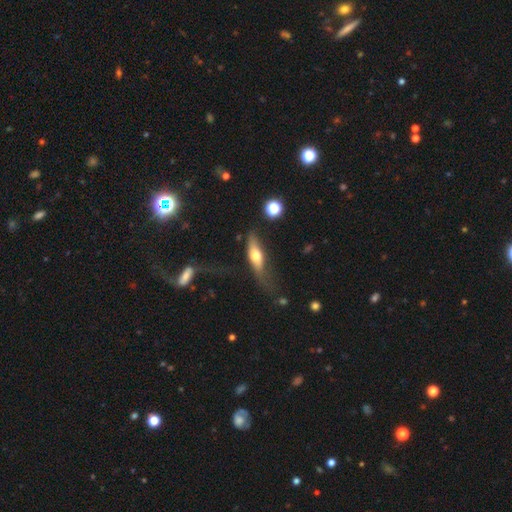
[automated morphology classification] smooth 51%, featured or disk 42%, star or artifact 7%. Down the decision tree: how rounded — cigar-shaped (48%, tied with in between); merging — none (43%).